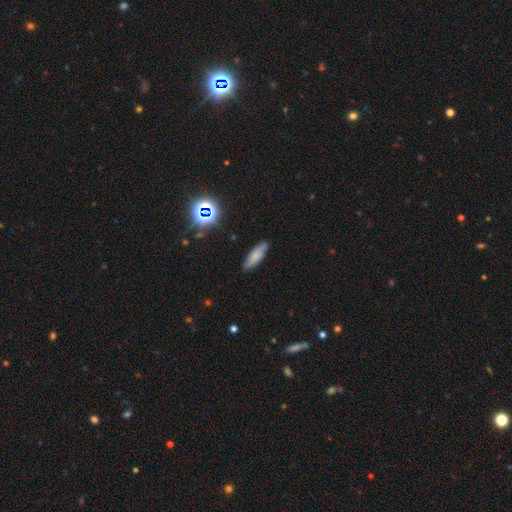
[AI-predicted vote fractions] A smooth galaxy with no disk features (65%) that is cigar-shaped (50%). Merging: none (83%).